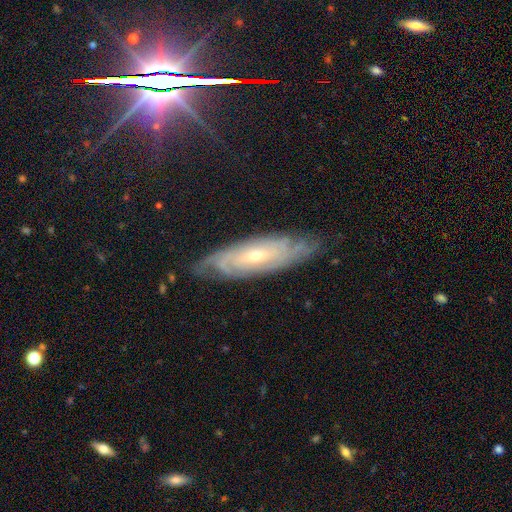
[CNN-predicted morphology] smooth_or_featured: featured or disk (p=0.81) [alt: smooth p=0.12]
disk_edge_on: no (p=0.79) [alt: yes p=0.21]
bar: no (p=0.56) [alt: weak p=0.33]
has_spiral_arms: yes (p=0.93) [alt: no p=0.07]
spiral_winding: tight (p=0.75) [alt: medium p=0.20]
spiral_arm_count: can't tell (p=0.54) [alt: 2 p=0.15]
bulge_size: small (p=0.57) [alt: moderate p=0.40]
merging: none (p=0.78) [alt: minor disturbance p=0.17]